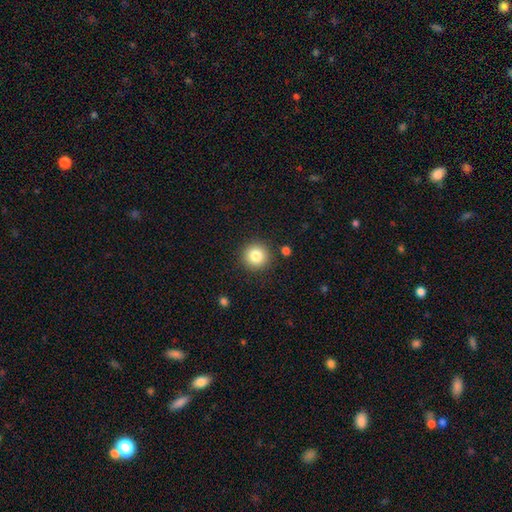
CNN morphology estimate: smooth_or_featured: smooth (p=0.83) [alt: star or artifact p=0.10]
how_rounded: round (p=0.95) [alt: in between p=0.04]
merging: none (p=0.89) [alt: minor disturbance p=0.06]